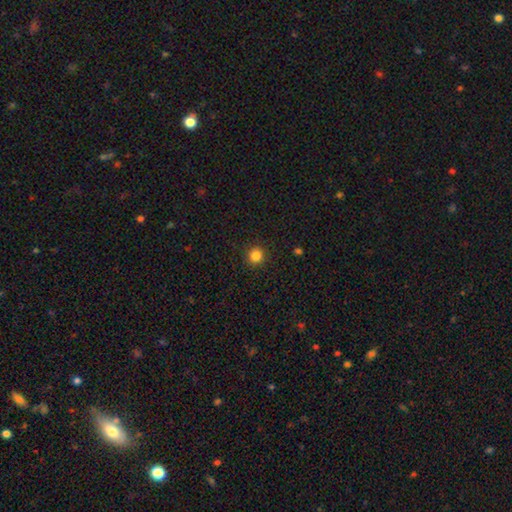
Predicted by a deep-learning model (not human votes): Overall: smooth (84%). How rounded: round (94%). Merging: none (92%).